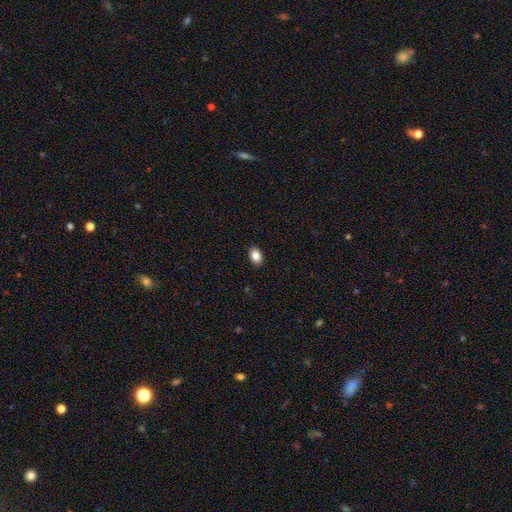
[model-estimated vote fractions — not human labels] Morphology: type=smooth (86%); roundness=in between (78%); merging=none (90%).